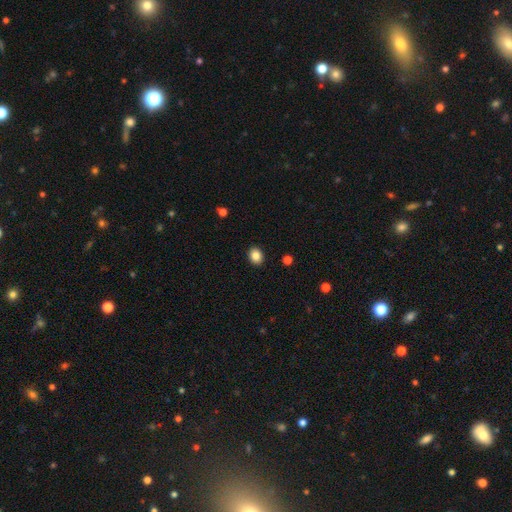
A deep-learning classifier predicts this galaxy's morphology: smooth-or-featured: smooth: 85% | star or artifact: 9% | featured or disk: 5%
  how-rounded: round: 52% | in between: 47% | cigar-shaped: 1%
  merging: none: 91% | minor disturbance: 6% | major disturbance: 2% | merger: 1%